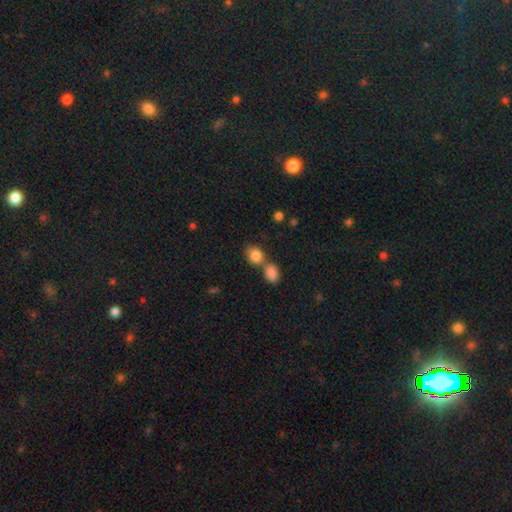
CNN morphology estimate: Overall: smooth (84%). How rounded: round (55%; in between 44%). Merging: merger (45%; none 43%).